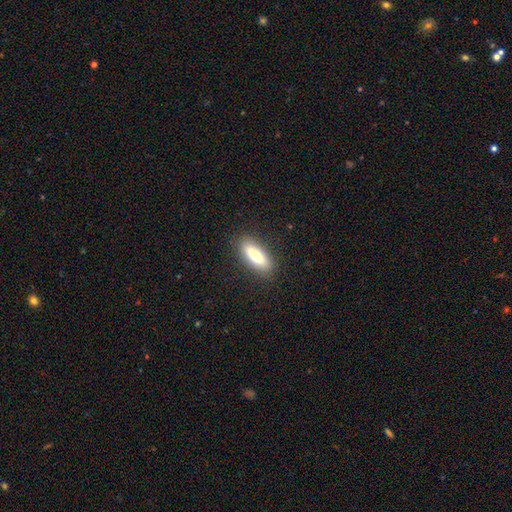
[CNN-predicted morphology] Smooth or featured?
  - smooth: 75% *
  - featured or disk: 18%
  - star or artifact: 7%
How rounded?
  - in between: 59% *
  - cigar-shaped: 38%
  - round: 2%
Merging?
  - none: 86% *
  - minor disturbance: 10%
  - major disturbance: 3%
  - merger: 1%